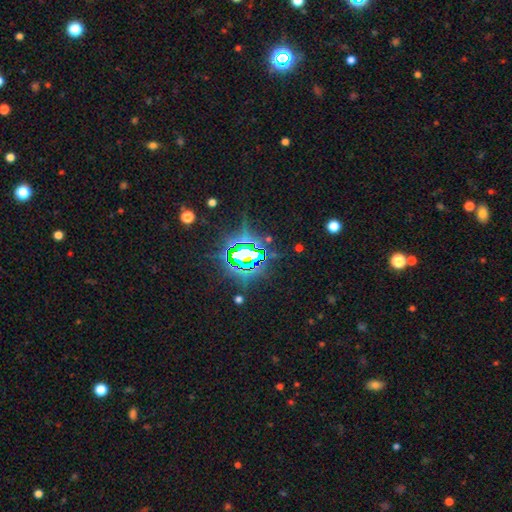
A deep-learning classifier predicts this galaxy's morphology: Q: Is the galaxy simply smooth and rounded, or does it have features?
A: star or artifact — 79%.